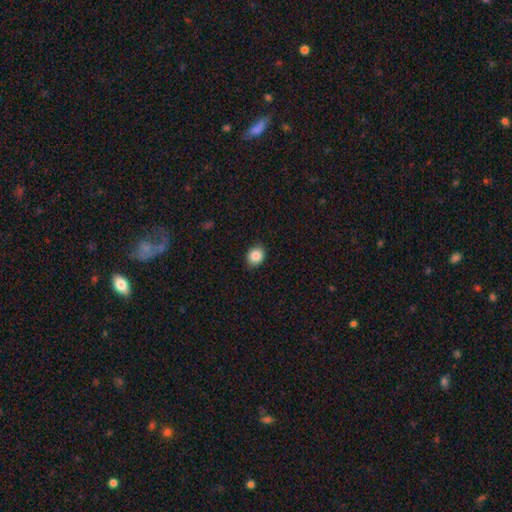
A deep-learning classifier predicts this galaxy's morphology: Q: Smooth or featured?
A: smooth (86%); runner-up: star or artifact (9%)
Q: How rounded?
A: round (55%); runner-up: in between (45%)
Q: Merging?
A: none (88%); runner-up: minor disturbance (9%)